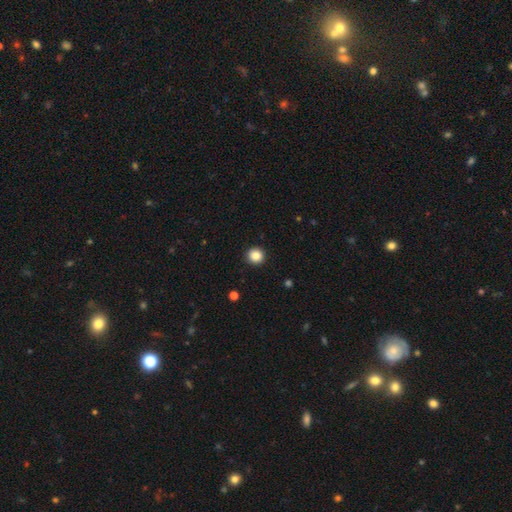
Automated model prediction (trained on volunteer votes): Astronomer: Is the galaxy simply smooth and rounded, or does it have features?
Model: smooth — 86%.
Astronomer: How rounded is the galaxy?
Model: round — 93%.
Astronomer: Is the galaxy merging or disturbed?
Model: none — 92%.